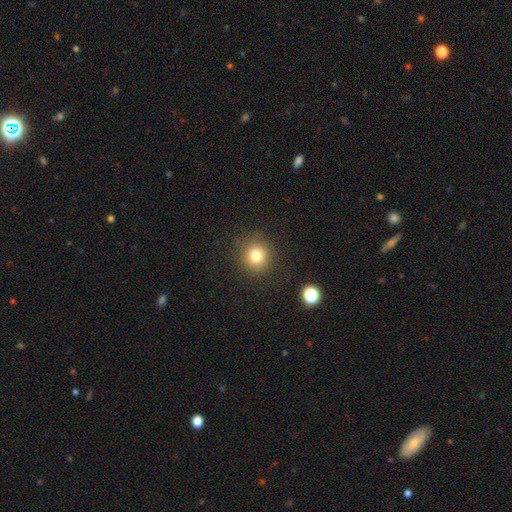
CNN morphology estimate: This appears to be a smooth galaxy with no disk features (80%) that is round (88%). Merging: none (87%).